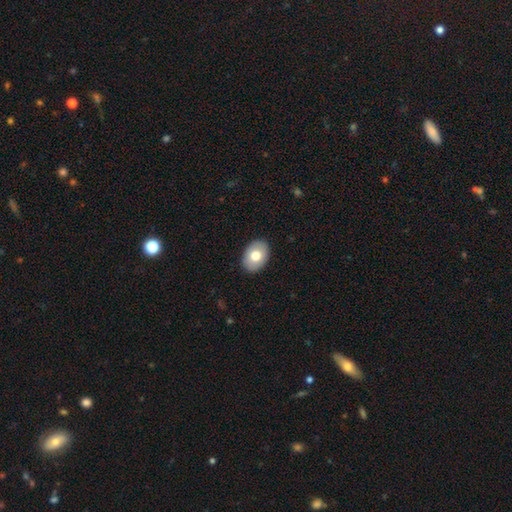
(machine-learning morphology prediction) A smooth galaxy with no disk features (74%) that is in between round and cigar-shaped (80%). Merging: none (90%).